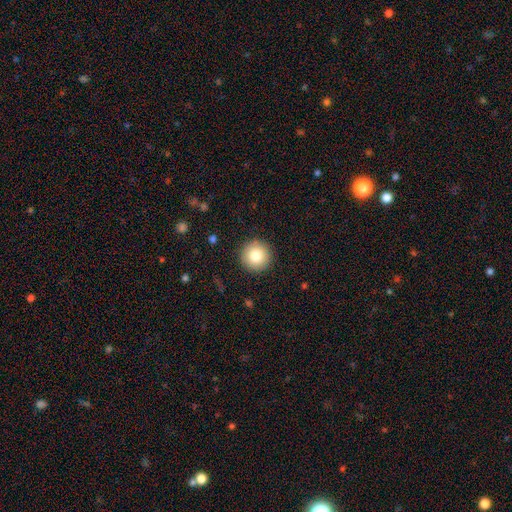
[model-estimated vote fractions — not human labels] smooth 81%, featured or disk 10%, star or artifact 9%. Down the decision tree: how rounded — round (96%); merging — none (92%).